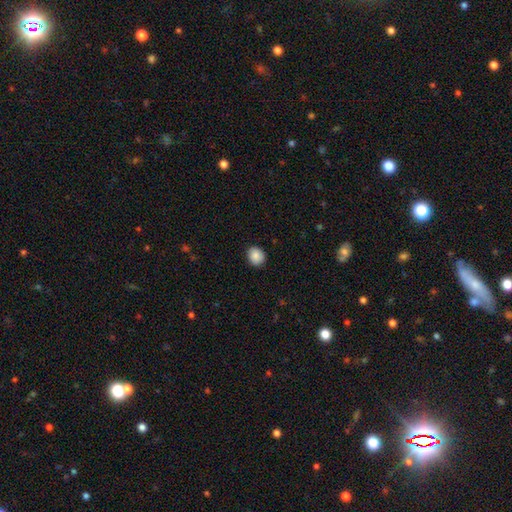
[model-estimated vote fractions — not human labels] Smooth or featured?
  - smooth: 88% *
  - star or artifact: 8%
  - featured or disk: 4%
How rounded?
  - round: 71% *
  - in between: 28%
  - cigar-shaped: 1%
Merging?
  - none: 88% *
  - minor disturbance: 9%
  - major disturbance: 2%
  - merger: 1%